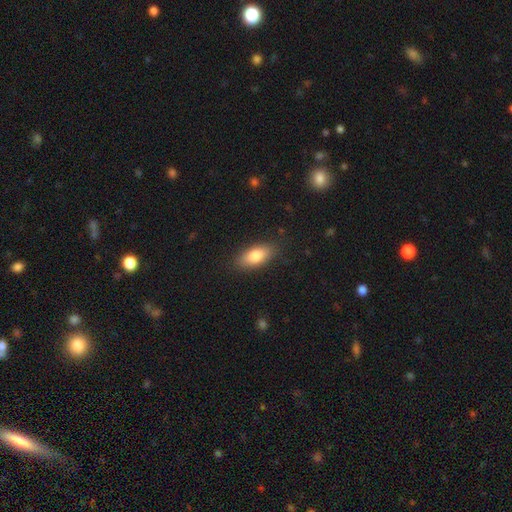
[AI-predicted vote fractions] smooth-or-featured: smooth: 81% | featured or disk: 12% | star or artifact: 7%
  how-rounded: in between: 87% | cigar-shaped: 10% | round: 4%
  merging: none: 85% | minor disturbance: 11% | major disturbance: 3% | merger: 1%